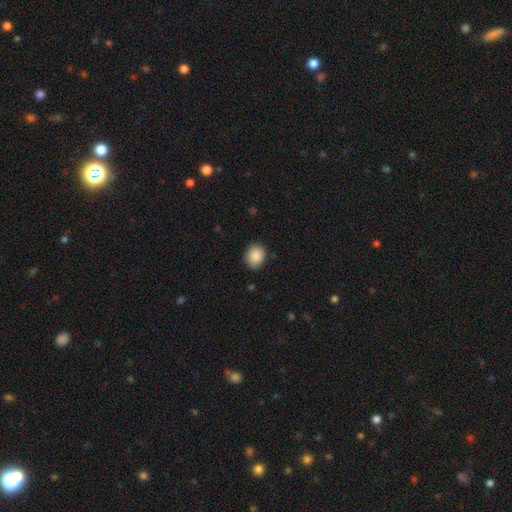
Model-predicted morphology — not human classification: smooth_or_featured: smooth (p=0.89) [alt: star or artifact p=0.07]
how_rounded: round (p=0.58) [alt: in between p=0.41]
merging: none (p=0.82) [alt: minor disturbance p=0.14]